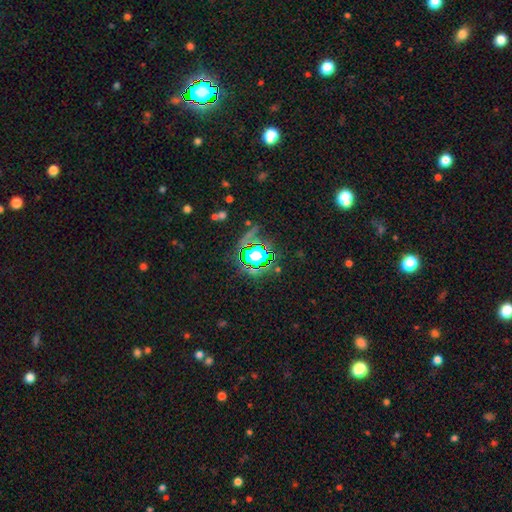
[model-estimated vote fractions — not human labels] This is possibly a star or artifact rather than a galaxy (59%).